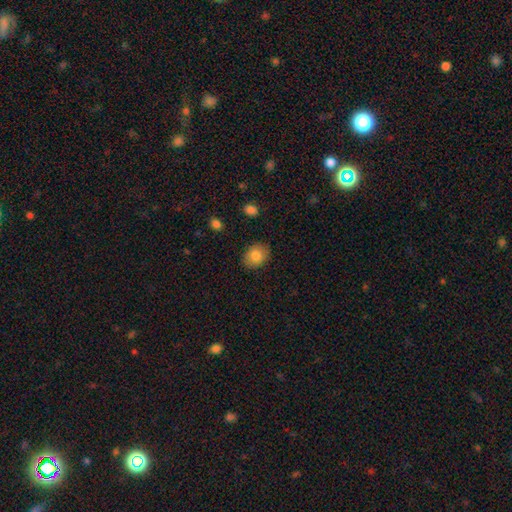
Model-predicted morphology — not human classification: This is clearly a smooth galaxy (83%). How rounded: possibly in between (50%). Merging: clearly none (87%).